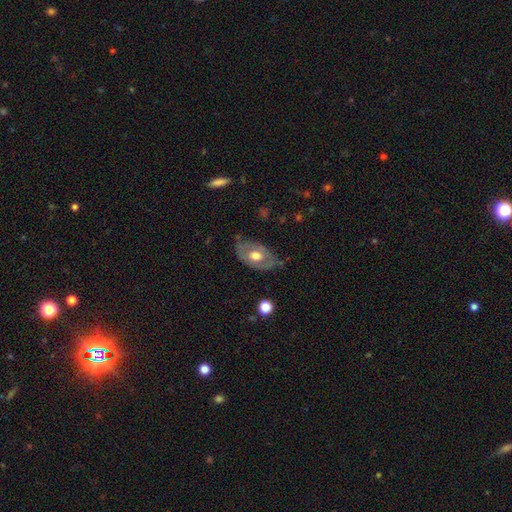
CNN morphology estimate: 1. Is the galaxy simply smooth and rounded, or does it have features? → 49% featured or disk, 45% smooth, 6% star or artifact.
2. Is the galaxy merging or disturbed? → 63% none, 27% minor disturbance, 8% major disturbance, 2% merger.